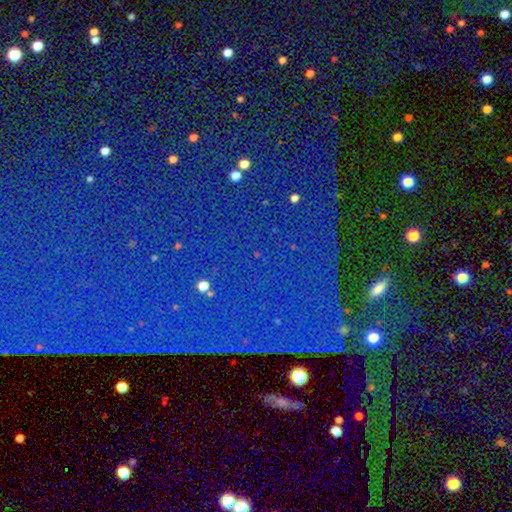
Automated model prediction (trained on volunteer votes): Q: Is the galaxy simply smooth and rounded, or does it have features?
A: star or artifact — 87%.